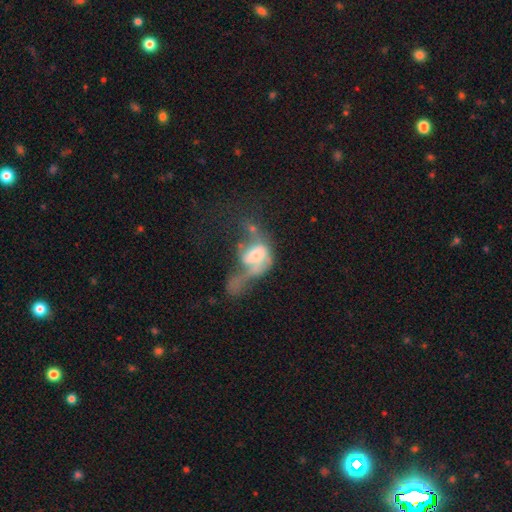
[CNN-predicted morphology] Smooth or featured? featured or disk (48%)
Merging? major disturbance (49%)